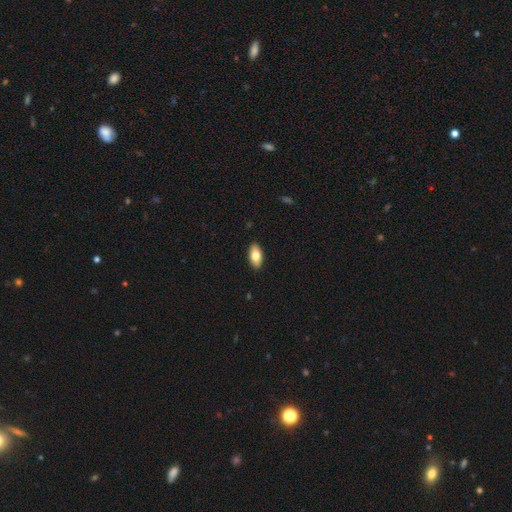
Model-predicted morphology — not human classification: A smooth galaxy with no disk features (79%) that is in between round and cigar-shaped (92%).

Vote fractions:
- Smooth or featured? smooth: 79% / featured or disk: 15% / star or artifact: 6%
- How rounded? in between: 92% / cigar-shaped: 5% / round: 3%
- Merging? none: 90% / minor disturbance: 8% / major disturbance: 2% / merger: 1%